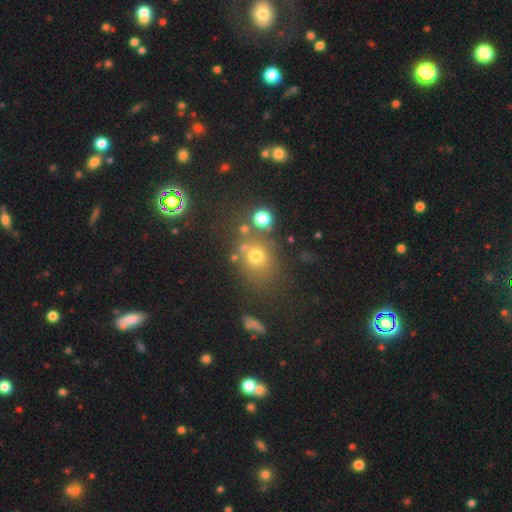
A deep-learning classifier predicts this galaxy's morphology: Smooth or featured? Predicted: smooth (p=0.64). How rounded? Predicted: round (p=0.61). Merging? Predicted: none (p=0.62).